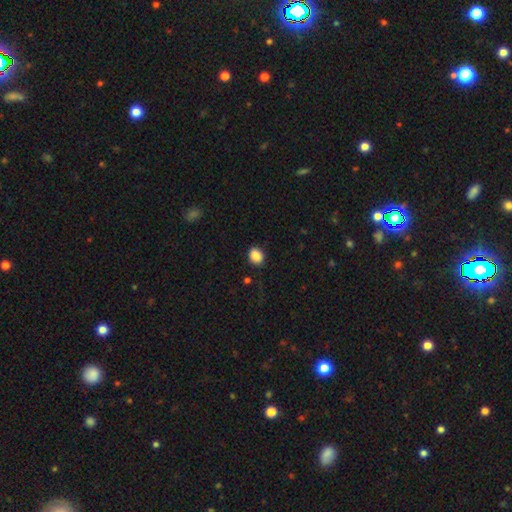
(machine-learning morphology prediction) smooth 88%, star or artifact 9%, featured or disk 3%. Down the decision tree: how rounded — round (50%); merging — none (86%).